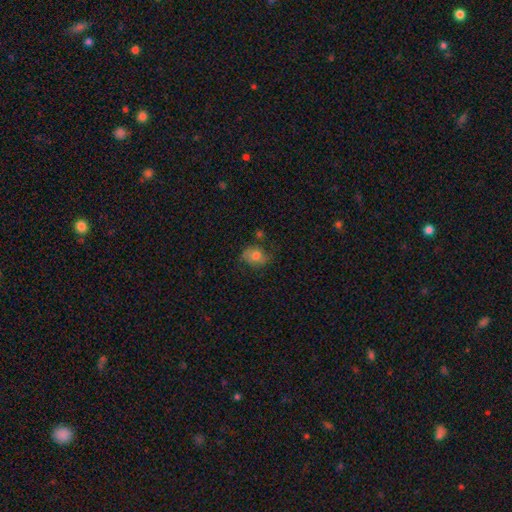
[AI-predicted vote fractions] Smooth or featured? Predicted: smooth (p=0.63). How rounded? Predicted: in between (p=0.59). Merging? Predicted: none (p=0.59).